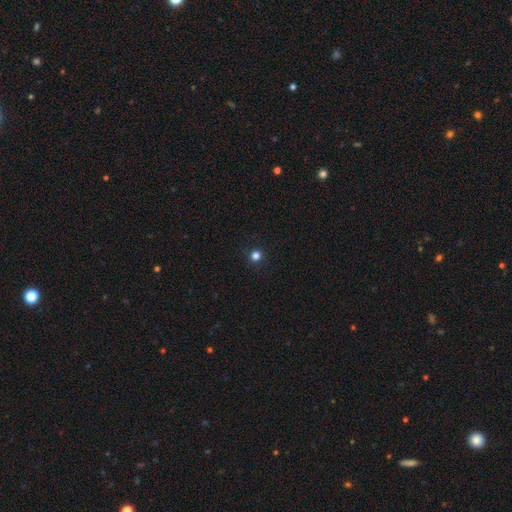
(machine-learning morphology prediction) This is clearly a smooth galaxy (80%). How rounded: clearly round (92%). Merging: clearly none (92%).